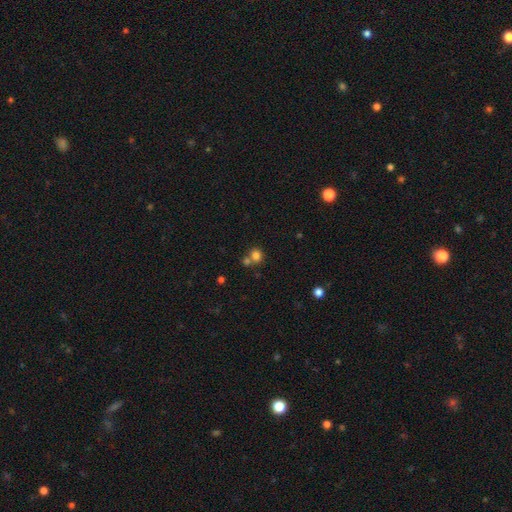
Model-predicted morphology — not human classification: This is likely a smooth galaxy (79%). How rounded: clearly round (83%). Merging: possibly none (55%).